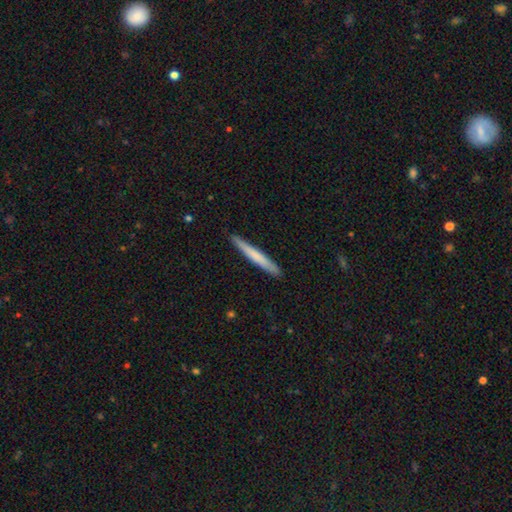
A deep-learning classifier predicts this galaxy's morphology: smooth_or_featured: smooth (p=0.65) [alt: featured or disk p=0.30]
how_rounded: cigar-shaped (p=0.97) [alt: in between p=0.02]
merging: none (p=0.91) [alt: minor disturbance p=0.07]